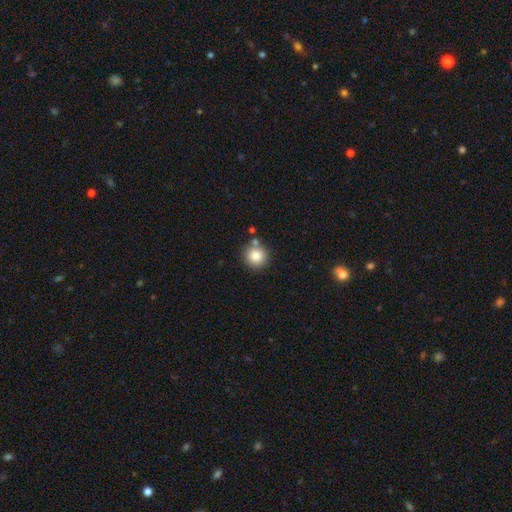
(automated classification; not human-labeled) Smooth or featured?
  - smooth: 83% *
  - star or artifact: 10%
  - featured or disk: 7%
How rounded?
  - round: 92% *
  - in between: 7%
  - cigar-shaped: 1%
Merging?
  - none: 75% *
  - merger: 12%
  - minor disturbance: 10%
  - major disturbance: 3%